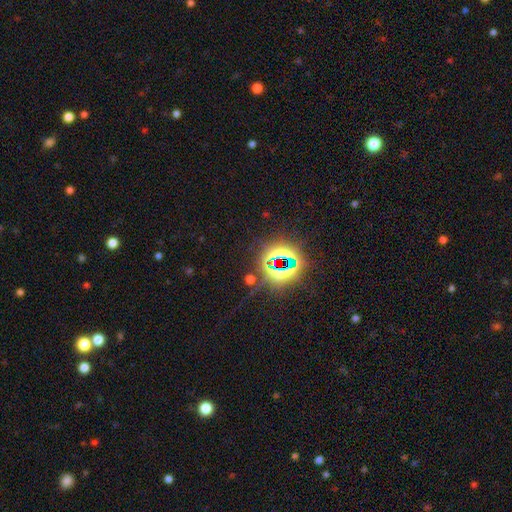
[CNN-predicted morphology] Smooth or featured? Predicted: star or artifact (p=0.84).